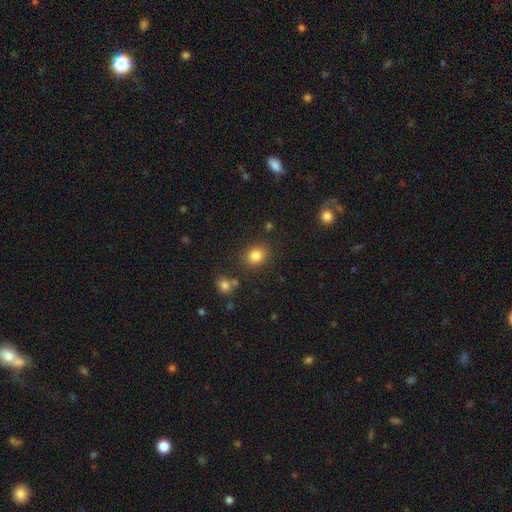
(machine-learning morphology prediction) smooth_or_featured: smooth (p=0.83) [alt: star or artifact p=0.11]
how_rounded: round (p=0.71) [alt: in between p=0.28]
merging: none (p=0.84) [alt: minor disturbance p=0.09]